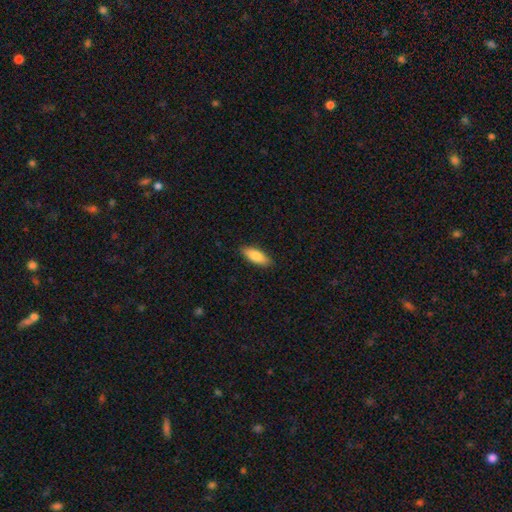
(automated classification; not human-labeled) smooth 81%, featured or disk 13%, star or artifact 6%. Down the decision tree: how rounded — in between (71%); merging — none (88%).